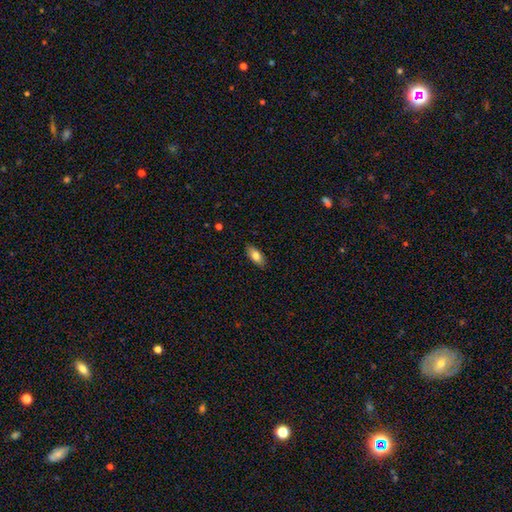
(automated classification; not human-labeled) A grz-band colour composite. It shows a smooth galaxy with no disk features (77%) that is in between round and cigar-shaped (85%). Merging: none (88%).